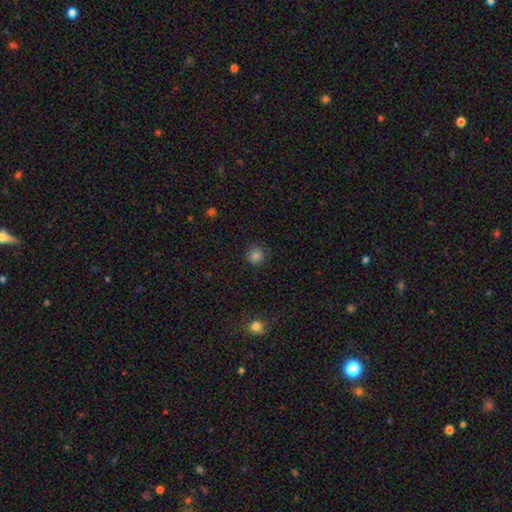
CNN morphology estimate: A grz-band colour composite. It shows a smooth galaxy with no disk features (83%) that is round (93%). Merging: none (88%).